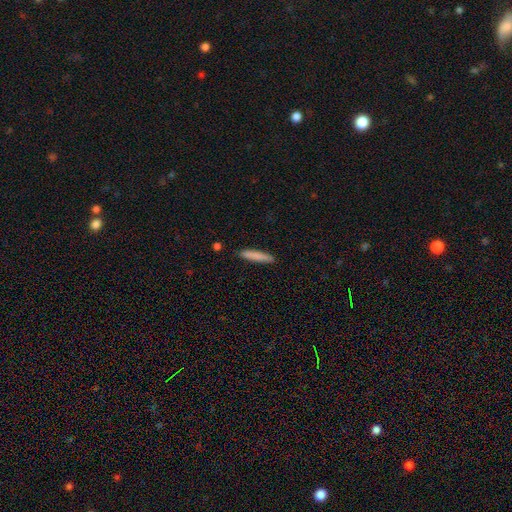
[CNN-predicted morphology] A smooth galaxy with no disk features (83%) that is cigar-shaped (91%).

Vote fractions:
- Smooth or featured? smooth: 83% / featured or disk: 11% / star or artifact: 6%
- How rounded? cigar-shaped: 91% / in between: 8% / round: 1%
- Merging? none: 90% / minor disturbance: 7% / major disturbance: 2% / merger: 1%